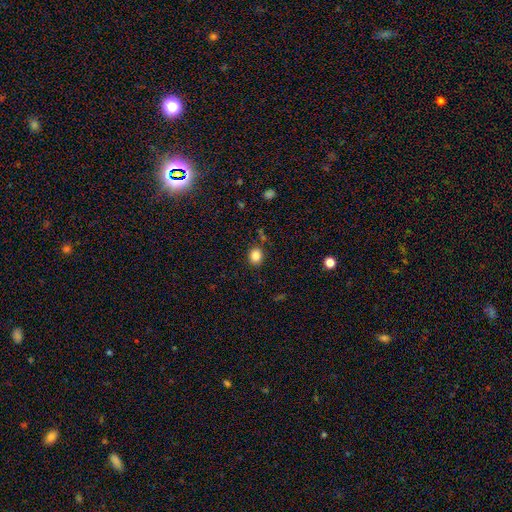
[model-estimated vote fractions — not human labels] The model was most divided on "how rounded": round: 65%, in between: 34%, cigar-shaped: 1%. More confident: merging — none (85%); smooth or featured — smooth (84%).